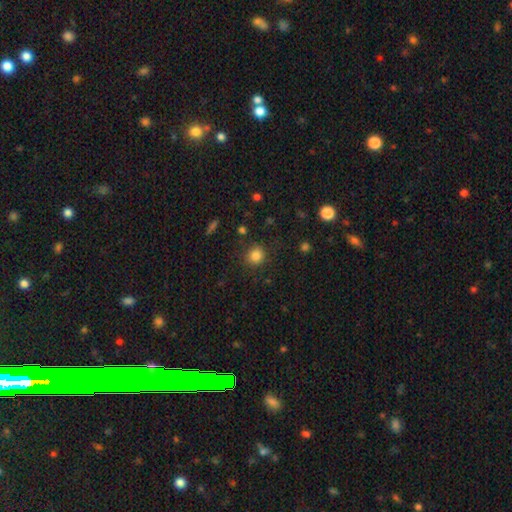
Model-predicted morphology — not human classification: Smooth or featured?
  - smooth: 83% *
  - star or artifact: 12%
  - featured or disk: 5%
How rounded?
  - round: 86% *
  - in between: 13%
  - cigar-shaped: 1%
Merging?
  - none: 86% *
  - minor disturbance: 9%
  - major disturbance: 3%
  - merger: 2%